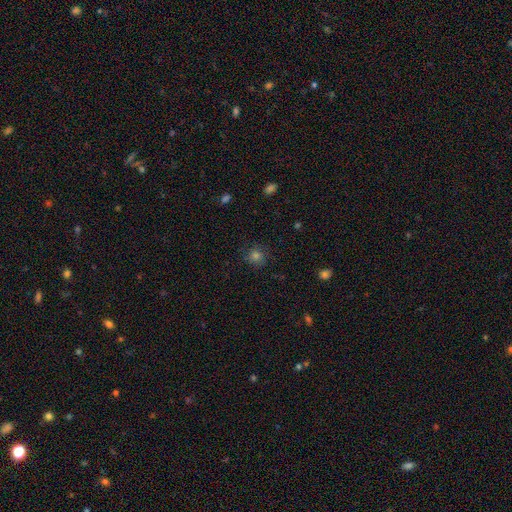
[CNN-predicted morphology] A smooth galaxy with no disk features (70%) that is round (91%).

Vote fractions:
- Smooth or featured? smooth: 70% / star or artifact: 21% / featured or disk: 9%
- How rounded? round: 91% / in between: 8% / cigar-shaped: 1%
- Merging? none: 84% / minor disturbance: 11% / major disturbance: 4% / merger: 1%